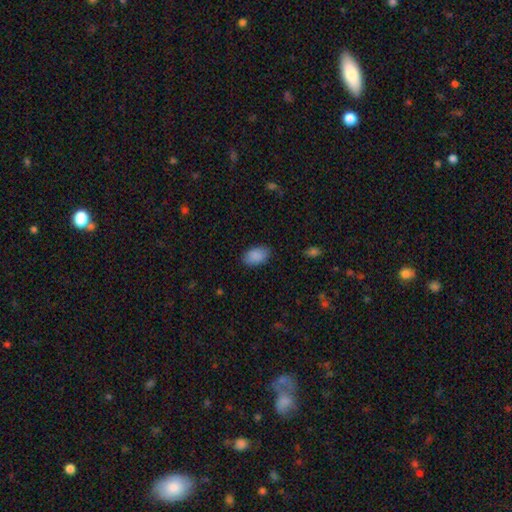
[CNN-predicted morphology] This appears to be a smooth galaxy with no disk features (89%) that is in between round and cigar-shaped (92%). Merging: none (85%).